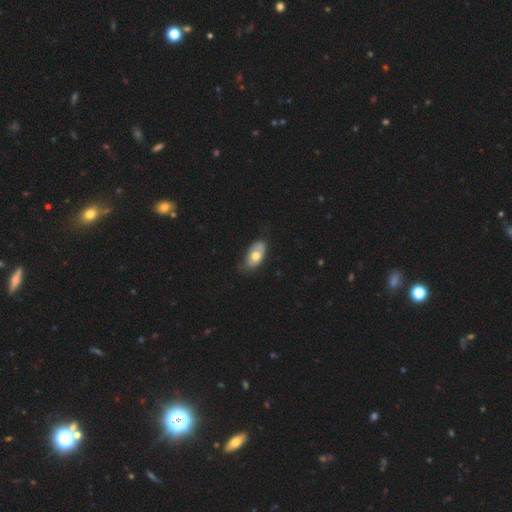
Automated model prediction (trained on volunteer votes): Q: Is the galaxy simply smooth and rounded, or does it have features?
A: smooth — 69%.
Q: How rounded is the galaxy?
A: in between — 93%.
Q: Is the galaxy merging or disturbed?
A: none — 60%.